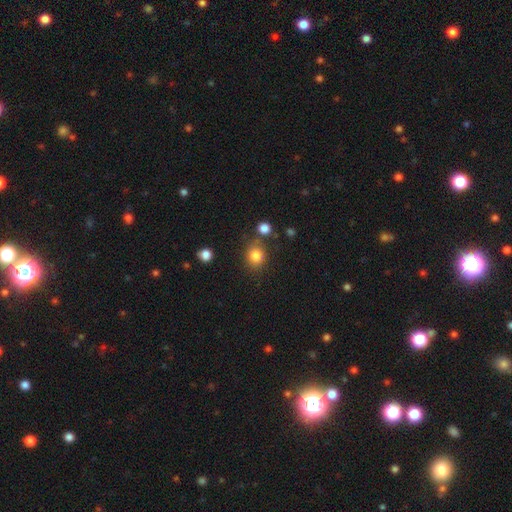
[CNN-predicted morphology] Smooth or featured? smooth (83%)
How rounded? round (76%)
Merging? none (76%)